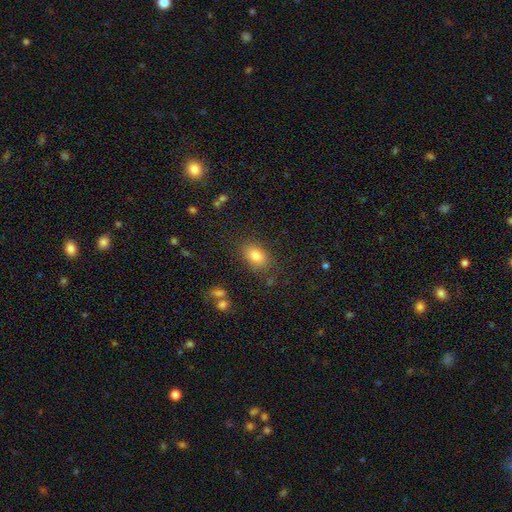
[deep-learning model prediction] The model was most divided on "merging": none: 80%, minor disturbance: 13%, major disturbance: 4%, merger: 3%. More confident: how rounded — in between (84%); smooth or featured — smooth (82%).